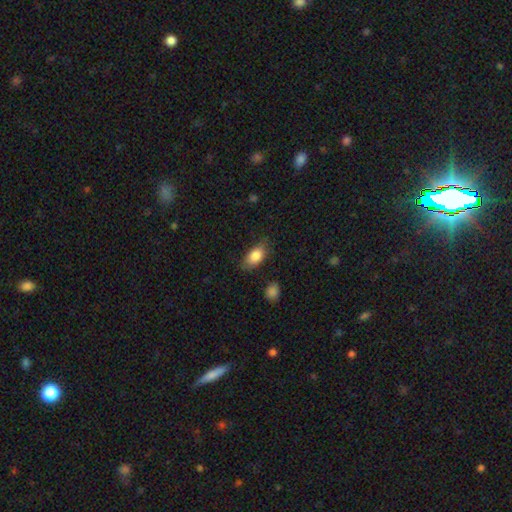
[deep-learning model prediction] Smooth or featured?
  - smooth: 84% *
  - featured or disk: 9%
  - star or artifact: 7%
How rounded?
  - in between: 89% *
  - round: 6%
  - cigar-shaped: 4%
Merging?
  - none: 76% *
  - minor disturbance: 19%
  - major disturbance: 4%
  - merger: 2%